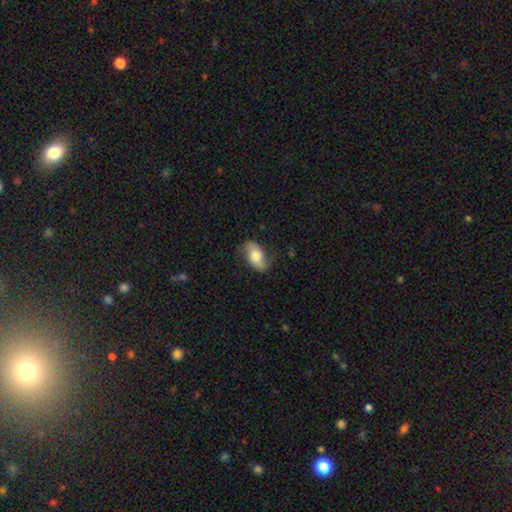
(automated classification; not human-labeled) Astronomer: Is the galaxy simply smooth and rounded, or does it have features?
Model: smooth — 54% (runner-up: featured or disk, 39%).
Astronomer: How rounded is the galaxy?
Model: in between — 90%.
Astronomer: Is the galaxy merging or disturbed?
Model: none — 74%.